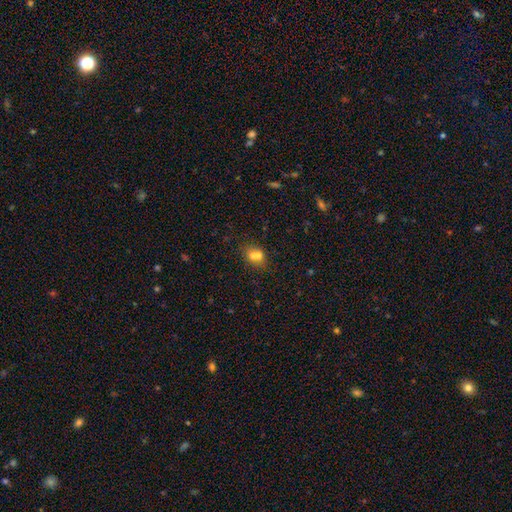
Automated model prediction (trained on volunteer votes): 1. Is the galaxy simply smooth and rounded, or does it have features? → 68% smooth, 19% featured or disk, 13% star or artifact.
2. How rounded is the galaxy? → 57% round, 42% in between, 1% cigar-shaped.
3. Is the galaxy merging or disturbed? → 57% merger, 32% none, 8% minor disturbance, 3% major disturbance.